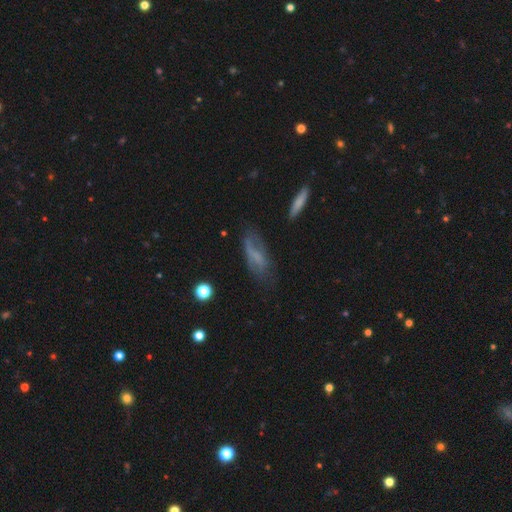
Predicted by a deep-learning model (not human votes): This is possibly a smooth galaxy (50%). Merging: possibly none (52%).